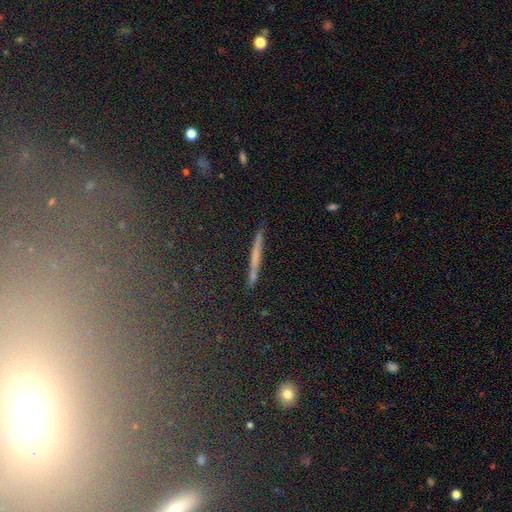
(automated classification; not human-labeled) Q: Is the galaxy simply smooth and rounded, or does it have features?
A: smooth — 52%.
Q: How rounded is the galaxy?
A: cigar-shaped — 95%.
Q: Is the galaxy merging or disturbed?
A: none — 88%.